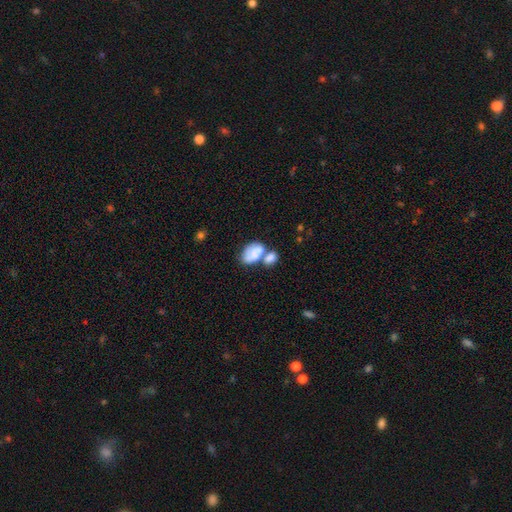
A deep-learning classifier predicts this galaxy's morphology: Smooth or featured? smooth (67%)
How rounded? in between (87%)
Merging? merger (62%)